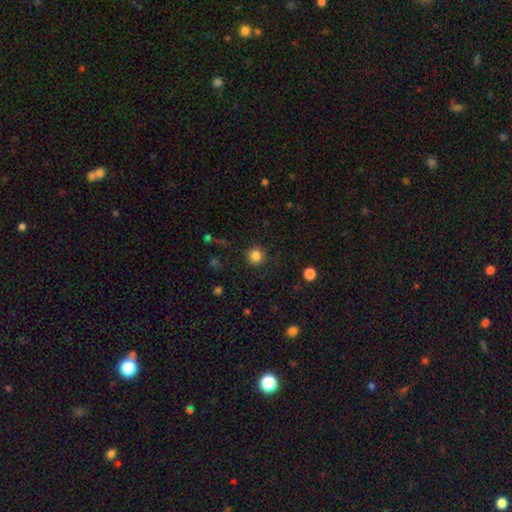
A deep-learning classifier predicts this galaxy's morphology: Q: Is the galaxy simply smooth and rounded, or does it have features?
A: smooth — 84%.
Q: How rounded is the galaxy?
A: round — 94%.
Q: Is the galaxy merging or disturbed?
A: none — 90%.